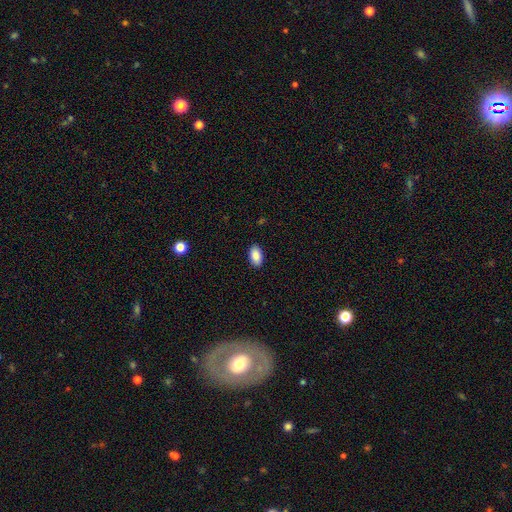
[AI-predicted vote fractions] Q: Smooth or featured?
A: smooth (88%); runner-up: star or artifact (7%)
Q: How rounded?
A: in between (94%); runner-up: round (4%)
Q: Merging?
A: none (90%); runner-up: minor disturbance (8%)